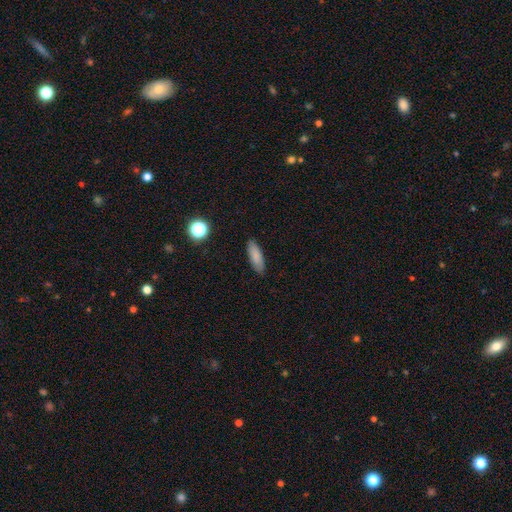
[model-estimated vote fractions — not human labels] smooth 85%, star or artifact 8%, featured or disk 7%. Down the decision tree: how rounded — in between (56%); merging — none (88%).